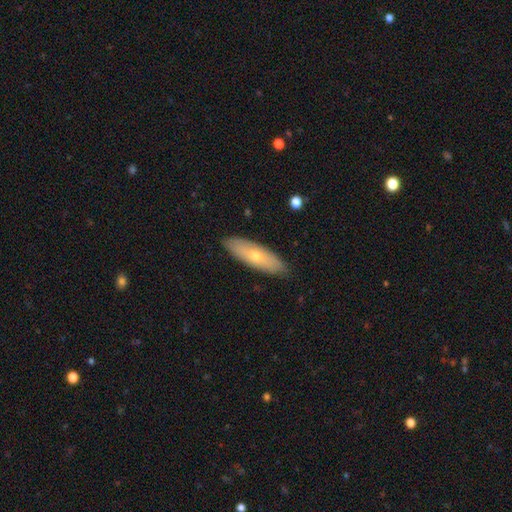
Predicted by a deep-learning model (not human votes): Smooth or featured? Predicted: smooth (p=0.57). How rounded? Predicted: cigar-shaped (p=0.49, tied with in between). Merging? Predicted: none (p=0.87).